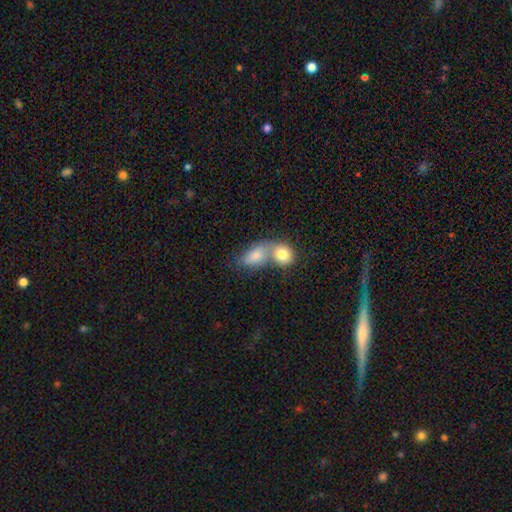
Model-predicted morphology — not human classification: Overall: smooth (79%). How rounded: in between (78%). Merging: merger (66%).